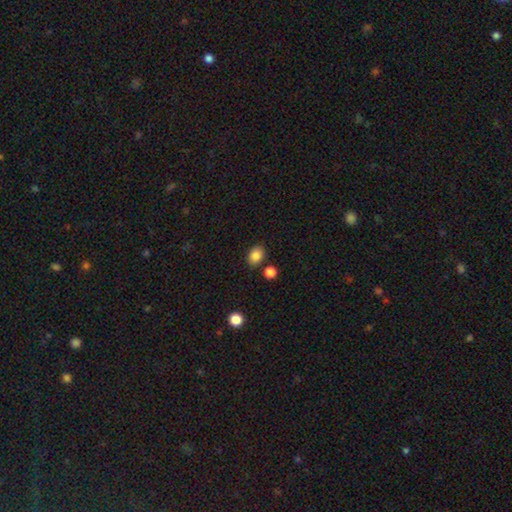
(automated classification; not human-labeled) Smooth or featured: smooth — 85% (star or artifact — 9%)
How rounded: in between — 65% (round — 34%)
Merging: none — 81% (minor disturbance — 10%)